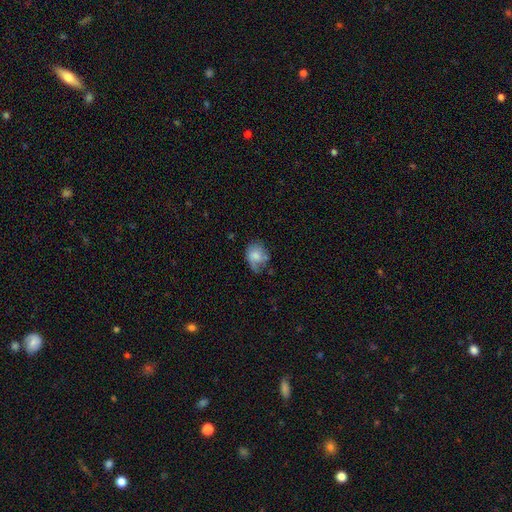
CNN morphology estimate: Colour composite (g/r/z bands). It shows a smooth galaxy with no disk features (65%) that is in between round and cigar-shaped (53%). Merging: none (40%).